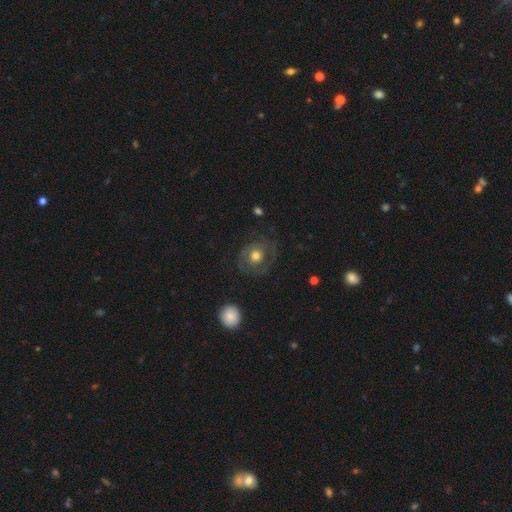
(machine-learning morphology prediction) smooth_or_featured: featured or disk (p=0.61) [alt: smooth p=0.31]
disk_edge_on: no (p=0.97) [alt: yes p=0.03]
bar: no (p=0.80) [alt: weak p=0.16]
has_spiral_arms: yes (p=0.74) [alt: no p=0.26]
bulge_size: moderate (p=0.69) [alt: large p=0.15]
merging: none (p=0.66) [alt: minor disturbance p=0.16]